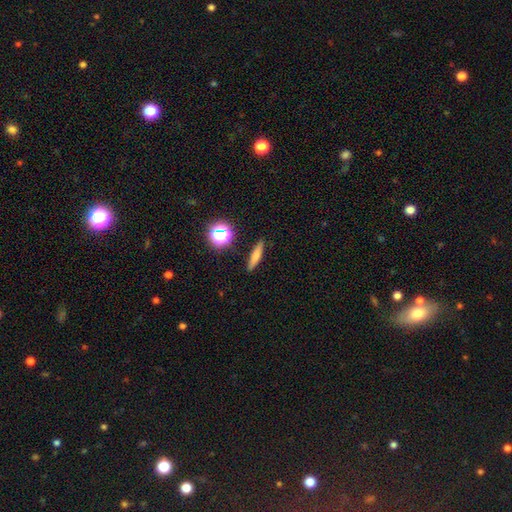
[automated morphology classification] smooth_or_featured: smooth (p=0.66) [alt: featured or disk p=0.21]
how_rounded: cigar-shaped (p=0.77) [alt: in between p=0.16]
merging: none (p=0.87) [alt: minor disturbance p=0.09]